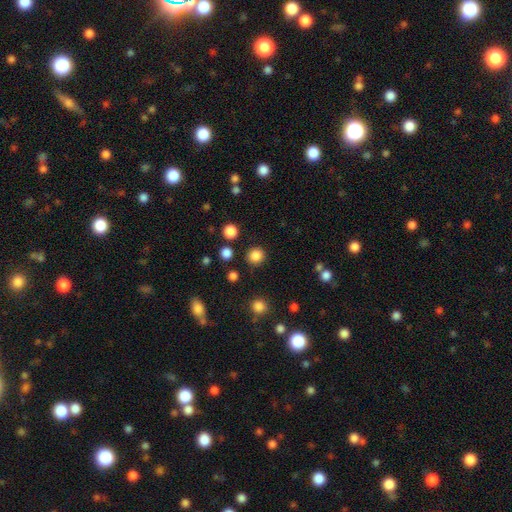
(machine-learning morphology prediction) Q: Smooth or featured?
A: smooth (84%); runner-up: star or artifact (12%)
Q: How rounded?
A: round (91%); runner-up: in between (8%)
Q: Merging?
A: none (88%); runner-up: minor disturbance (6%)